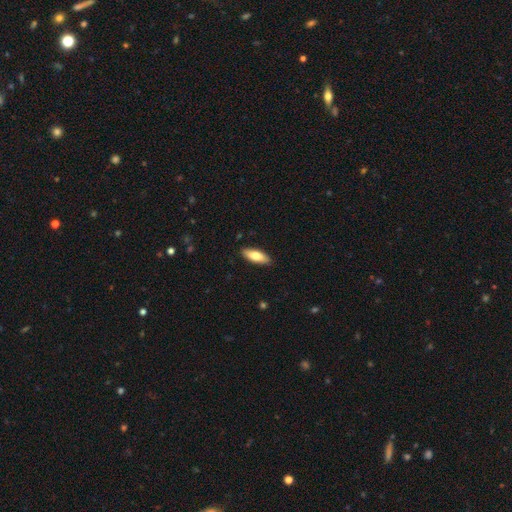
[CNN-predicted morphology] This is likely a smooth galaxy (74%). How rounded: likely in between (67%). Merging: clearly none (88%).